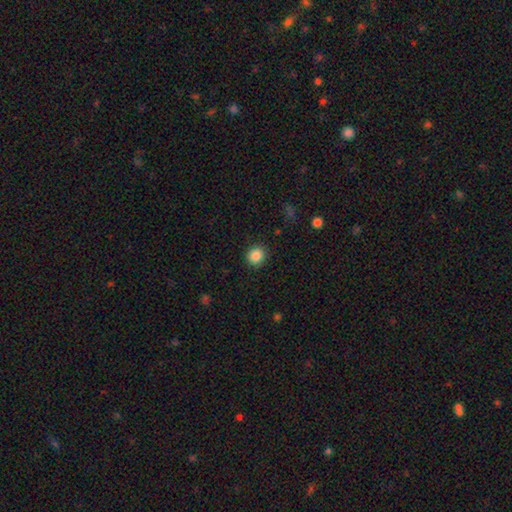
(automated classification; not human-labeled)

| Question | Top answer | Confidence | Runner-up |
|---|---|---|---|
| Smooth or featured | smooth | 87% | star or artifact (10%) |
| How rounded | round | 83% | in between (16%) |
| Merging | none | 89% | minor disturbance (8%) |